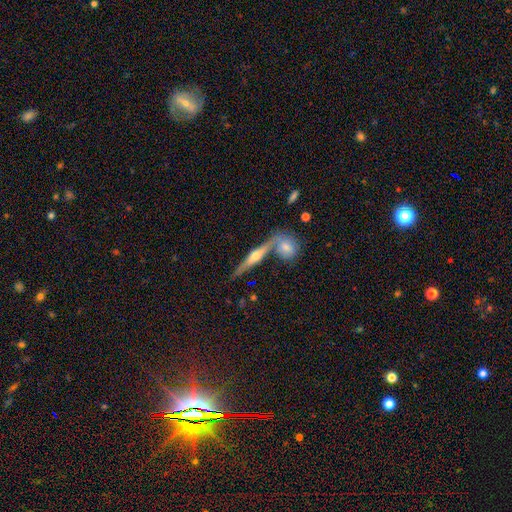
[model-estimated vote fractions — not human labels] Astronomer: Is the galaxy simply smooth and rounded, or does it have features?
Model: featured or disk — 72%.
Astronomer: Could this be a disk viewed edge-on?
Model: yes — 96%.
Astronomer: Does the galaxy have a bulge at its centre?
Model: rounded — 91%.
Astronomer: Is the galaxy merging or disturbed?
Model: none — 65%.